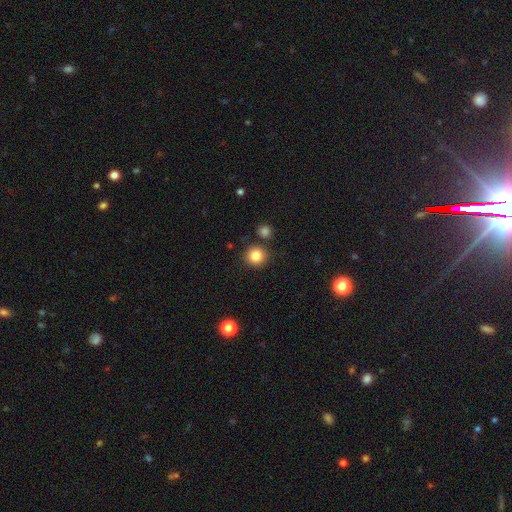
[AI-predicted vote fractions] smooth-or-featured: smooth: 85% | star or artifact: 10% | featured or disk: 5%
  how-rounded: round: 92% | in between: 7% | cigar-shaped: 1%
  merging: none: 85% | minor disturbance: 7% | merger: 6% | major disturbance: 3%